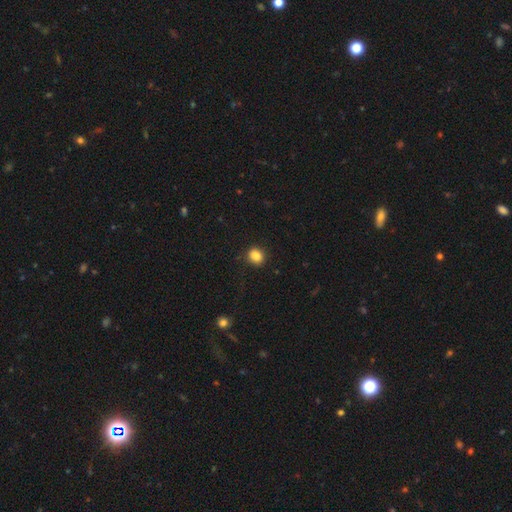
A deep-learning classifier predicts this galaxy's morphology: The model was most divided on "how rounded": round: 67%, in between: 32%, cigar-shaped: 1%. More confident: merging — none (88%); smooth or featured — smooth (86%).